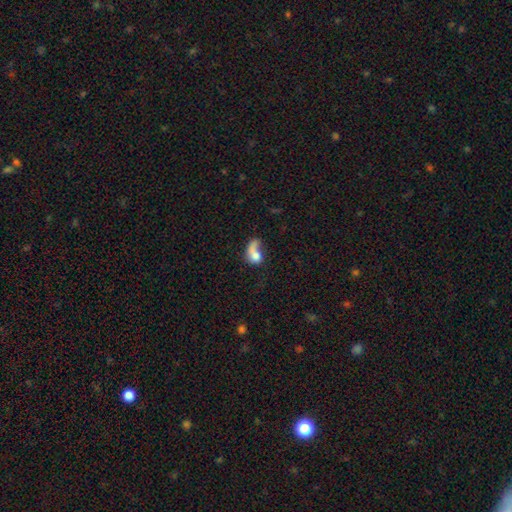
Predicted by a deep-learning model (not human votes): smooth 59%, featured or disk 32%, star or artifact 9%. Down the decision tree: how rounded — in between (65%); merging — major disturbance (41%).